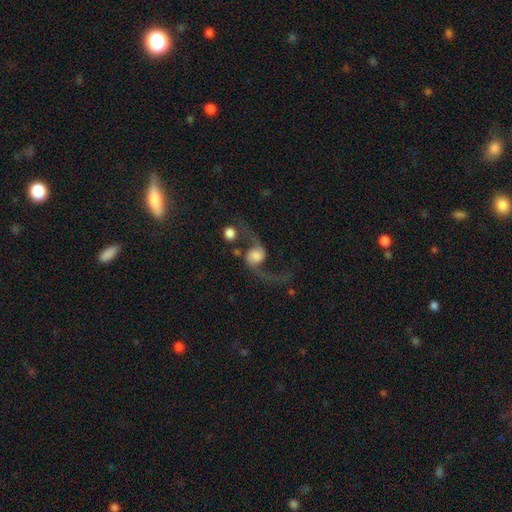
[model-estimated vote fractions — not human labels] smooth-or-featured: featured or disk: 84% | smooth: 10% | star or artifact: 6%
  disk-edge-on: no: 97% | yes: 3%
    bar: no: 64% | weak: 28% | strong: 8%
    has-spiral-arms: yes: 96% | no: 4%
      spiral-winding: loose: 90% | medium: 8% | tight: 2%
      spiral-arm-count: 2: 93% | 1: 3% | can't tell: 1% | 3: 1% | 4: 1% | more than 4: 1%
    bulge-size: large: 38% | moderate: 26% | small: 14% | dominant: 13% | none: 9%
  merging: none: 50% | merger: 18% | major disturbance: 18% | minor disturbance: 14%